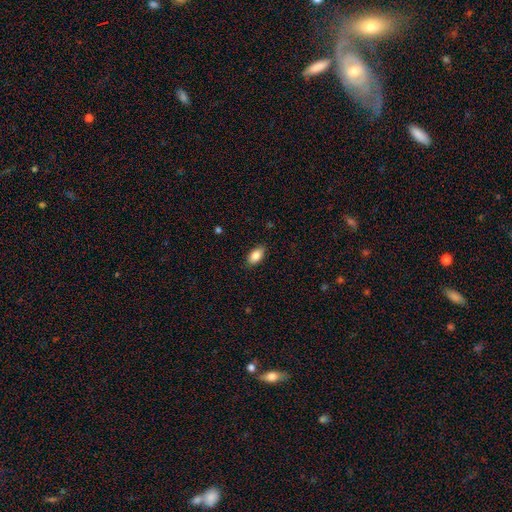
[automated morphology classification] type=smooth (86%); roundness=in between (92%); merging=none (87%).